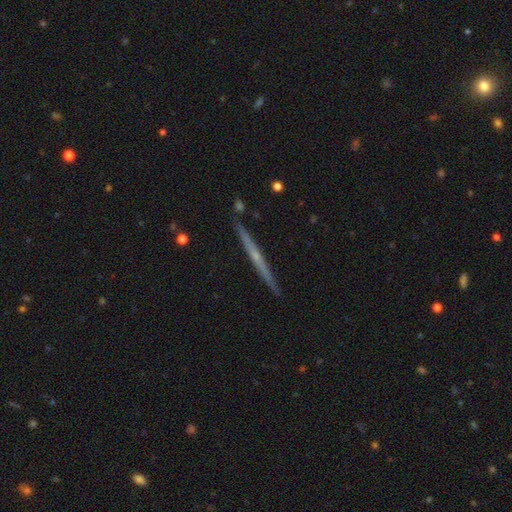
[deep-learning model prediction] Smooth or featured? featured or disk (74%)
Edge-on disk? yes (98%)
Edge-on bulge? rounded (49%)
Merging? none (91%)